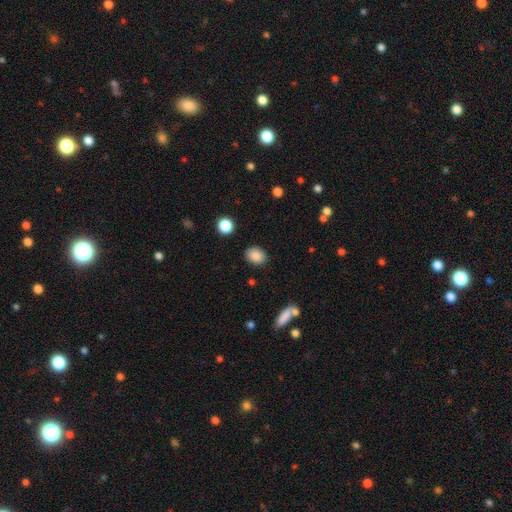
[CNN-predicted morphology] A smooth galaxy with no disk features (86%) that is in between round and cigar-shaped (61%).

Vote fractions:
- Smooth or featured? smooth: 86% / star or artifact: 9% / featured or disk: 5%
- How rounded? in between: 61% / round: 38% / cigar-shaped: 1%
- Merging? none: 87% / minor disturbance: 9% / major disturbance: 3% / merger: 2%